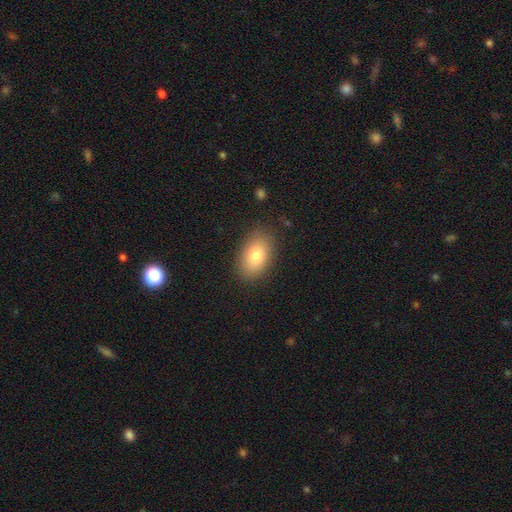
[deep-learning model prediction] smooth_or_featured: smooth (p=0.80) [alt: featured or disk p=0.12]
how_rounded: in between (p=0.90) [alt: round p=0.09]
merging: none (p=0.86) [alt: minor disturbance p=0.10]